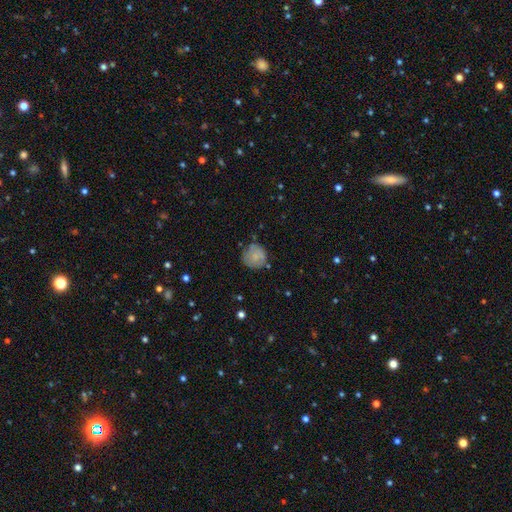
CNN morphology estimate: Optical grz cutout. It shows a smooth galaxy with no disk features (67%) that is round (89%). Merging: none (69%).